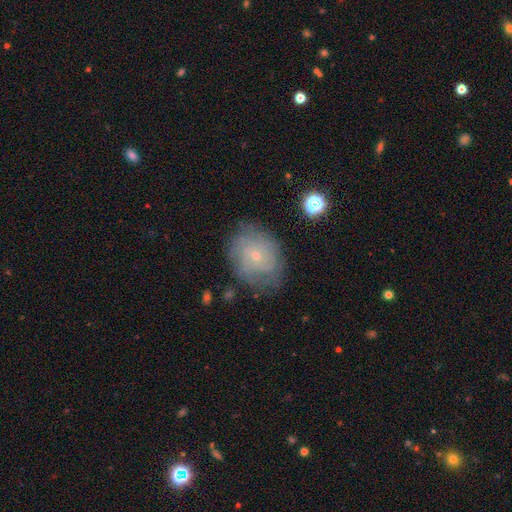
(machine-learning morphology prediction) Smooth or featured: featured or disk — 60% (smooth — 31%)
Edge-on disk: no — 97% (yes — 3%)
Bar: no — 82% (weak — 16%)
Spiral arms: yes — 79% (no — 21%)
Bulge size: small — 82% (moderate — 15%)
Merging: none — 70% (minor disturbance — 20%)